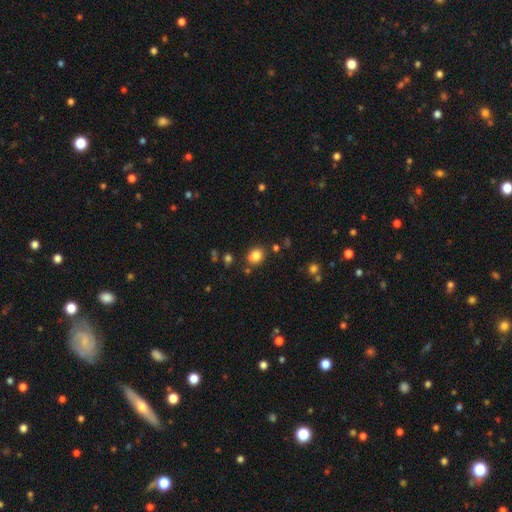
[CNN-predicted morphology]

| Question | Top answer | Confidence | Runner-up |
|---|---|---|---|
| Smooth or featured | smooth | 83% | star or artifact (11%) |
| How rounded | round | 55% | in between (44%) |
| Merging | none | 83% | minor disturbance (10%) |